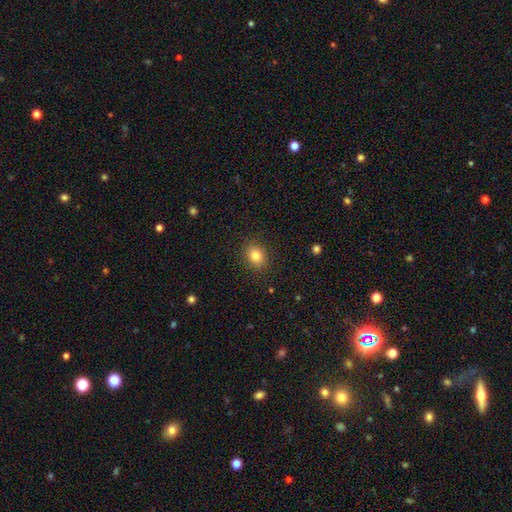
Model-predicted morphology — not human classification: smooth 82%, star or artifact 11%, featured or disk 7%. Down the decision tree: how rounded — round (54%); merging — none (89%).